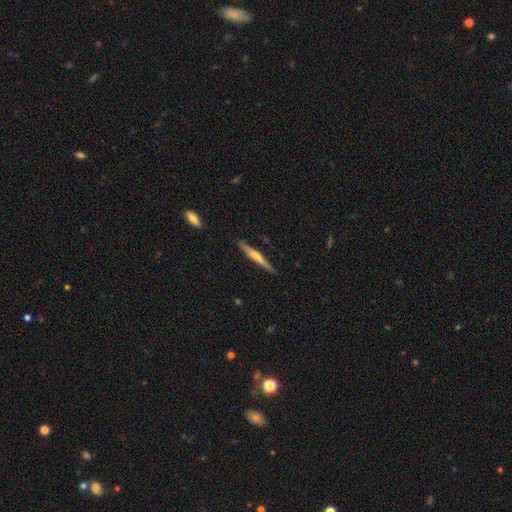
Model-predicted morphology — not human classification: Smooth or featured? Predicted: featured or disk (p=0.60). Edge-on disk? Predicted: yes (p=0.97). Edge-on bulge? Predicted: rounded (p=0.71). Merging? Predicted: none (p=0.89).